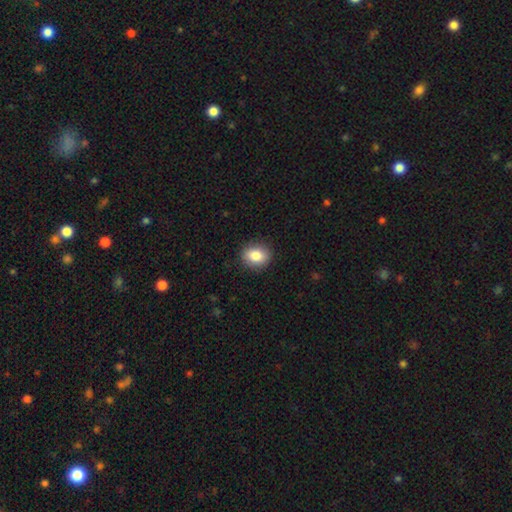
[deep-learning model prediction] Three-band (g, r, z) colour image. It shows a smooth galaxy with no disk features (85%) that is round (51%). Merging: none (88%).